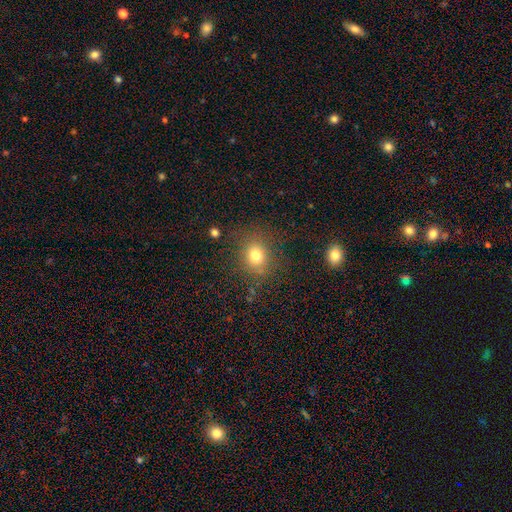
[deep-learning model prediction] smooth_or_featured: smooth (p=0.77) [alt: star or artifact p=0.15]
how_rounded: round (p=0.72) [alt: in between p=0.27]
merging: none (p=0.81) [alt: minor disturbance p=0.12]